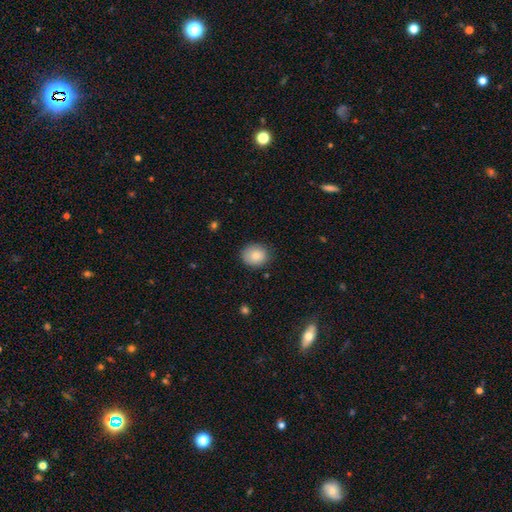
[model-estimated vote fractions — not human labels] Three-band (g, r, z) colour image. It shows a smooth galaxy with no disk features (86%) that is round (68%). Merging: none (82%).